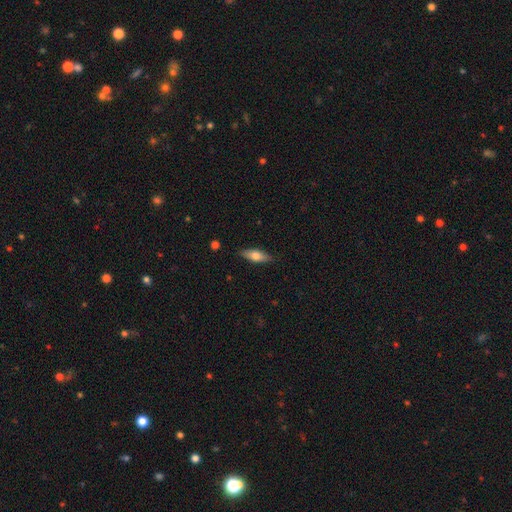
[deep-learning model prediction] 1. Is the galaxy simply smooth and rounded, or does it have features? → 64% smooth, 30% featured or disk, 6% star or artifact.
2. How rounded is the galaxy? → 62% in between, 35% cigar-shaped, 3% round.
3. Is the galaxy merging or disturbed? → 86% none, 11% minor disturbance, 2% major disturbance, 1% merger.